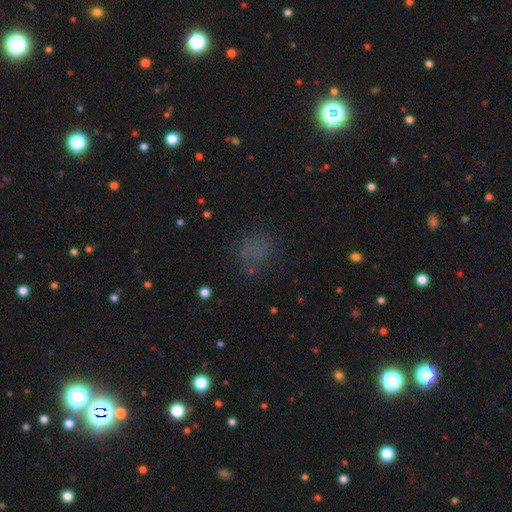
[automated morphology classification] Smooth or featured: smooth — 55% (star or artifact — 32%)
How rounded: round — 65% (in between — 33%)
Merging: none — 70% (minor disturbance — 16%)